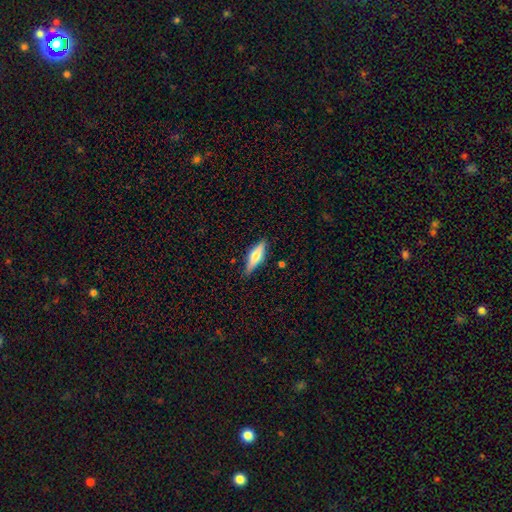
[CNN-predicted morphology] The model was most divided on "how rounded": cigar-shaped: 52%, in between: 45%, round: 2%. More confident: merging — none (83%); smooth or featured — smooth (53%).